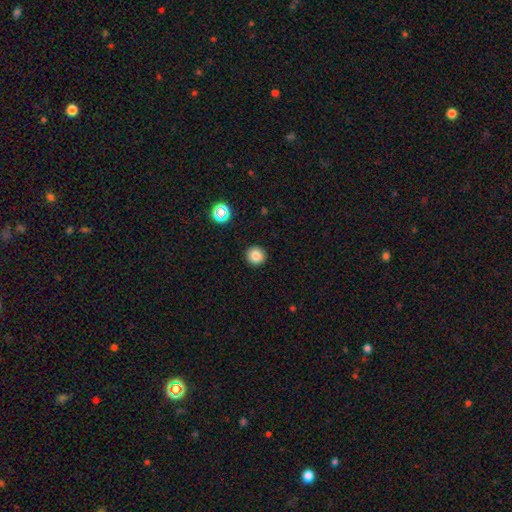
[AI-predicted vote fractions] Overall: smooth (81%). How rounded: round (94%). Merging: none (92%).